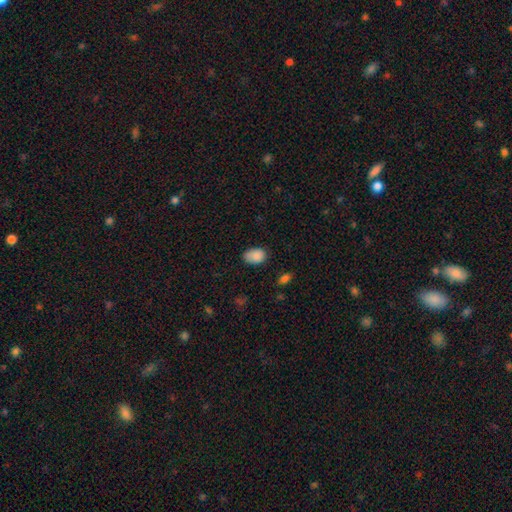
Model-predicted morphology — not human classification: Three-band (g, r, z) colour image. It shows a smooth galaxy with no disk features (88%) that is in between round and cigar-shaped (84%). Merging: none (72%).